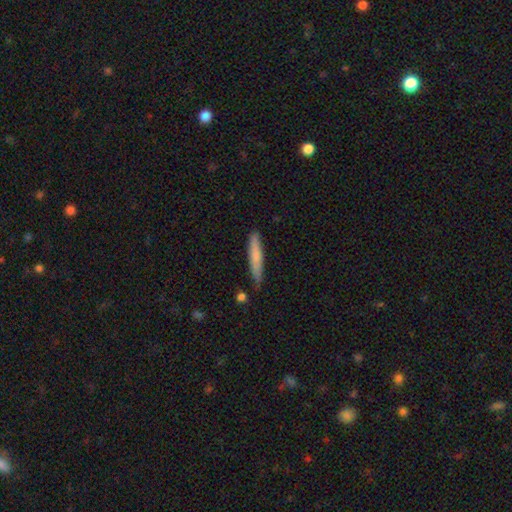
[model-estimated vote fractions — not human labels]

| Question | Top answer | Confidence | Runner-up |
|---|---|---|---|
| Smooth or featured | smooth | 71% | featured or disk (23%) |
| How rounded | cigar-shaped | 93% | in between (6%) |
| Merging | none | 79% | minor disturbance (16%) |